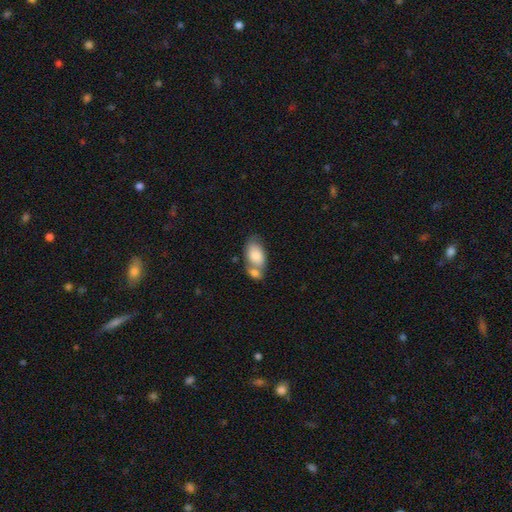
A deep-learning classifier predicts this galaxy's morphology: type=smooth (79%); roundness=in between (92%); merging=merger (52%).